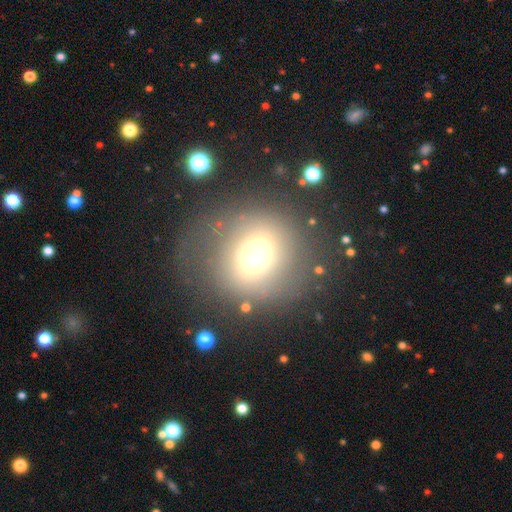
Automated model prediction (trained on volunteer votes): Overall: smooth (66%). How rounded: round (78%). Merging: none (76%).